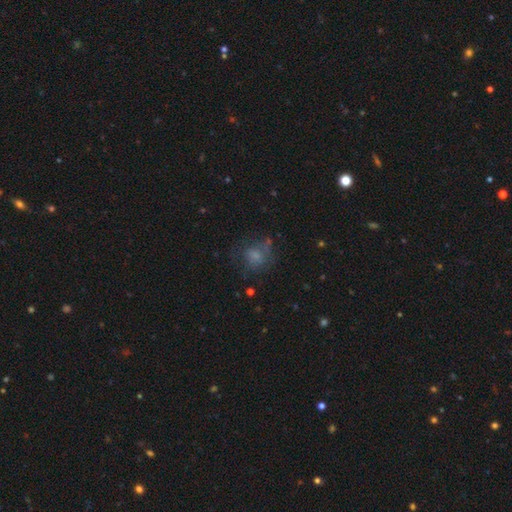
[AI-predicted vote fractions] A smooth galaxy with no disk features (61%) that is round (70%). Merging: none (53%).